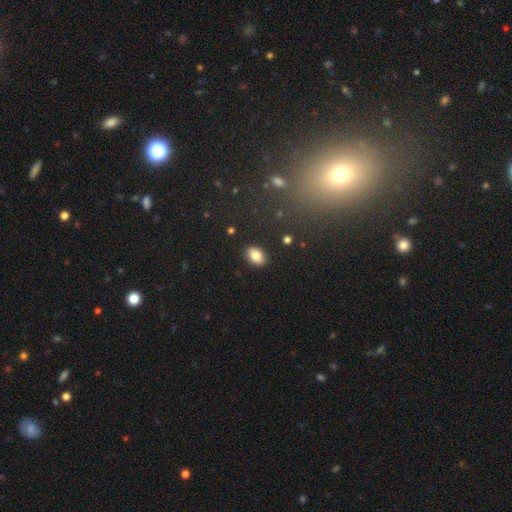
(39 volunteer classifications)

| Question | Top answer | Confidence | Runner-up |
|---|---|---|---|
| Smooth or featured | smooth | 82% | featured or disk (13%) |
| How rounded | in between | 84% | round (12%) |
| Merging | none | 92% | minor disturbance (8%) |